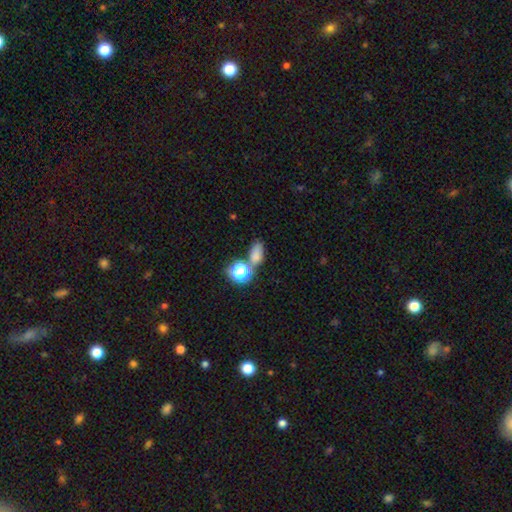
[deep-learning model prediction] smooth-or-featured: smooth: 68% | star or artifact: 23% | featured or disk: 9%
  how-rounded: in between: 73% | round: 24% | cigar-shaped: 4%
  merging: none: 54% | merger: 26% | minor disturbance: 14% | major disturbance: 7%